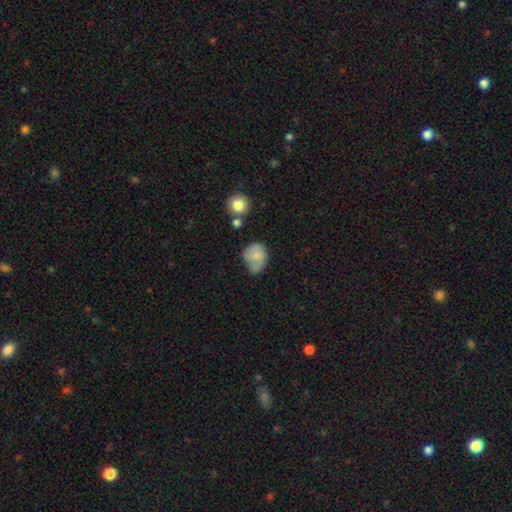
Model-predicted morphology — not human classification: Smooth or featured: smooth — 71% (featured or disk — 21%)
How rounded: round — 58% (in between — 41%)
Merging: minor disturbance — 39% (none — 34%)